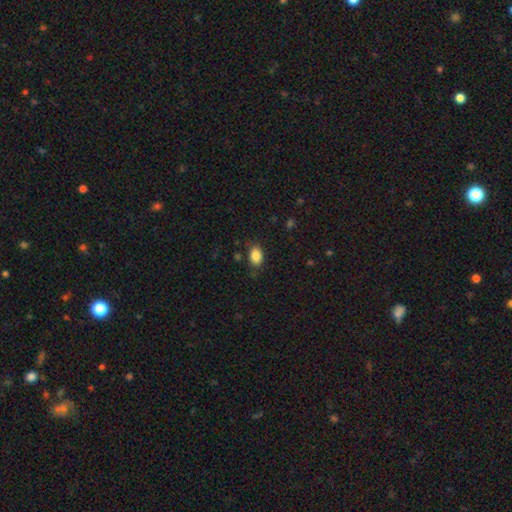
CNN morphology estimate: A smooth galaxy with no disk features (86%) that is in between round and cigar-shaped (83%).

Vote fractions:
- Smooth or featured? smooth: 86% / star or artifact: 9% / featured or disk: 5%
- How rounded? in between: 83% / round: 16% / cigar-shaped: 1%
- Merging? none: 81% / minor disturbance: 14% / major disturbance: 4% / merger: 2%